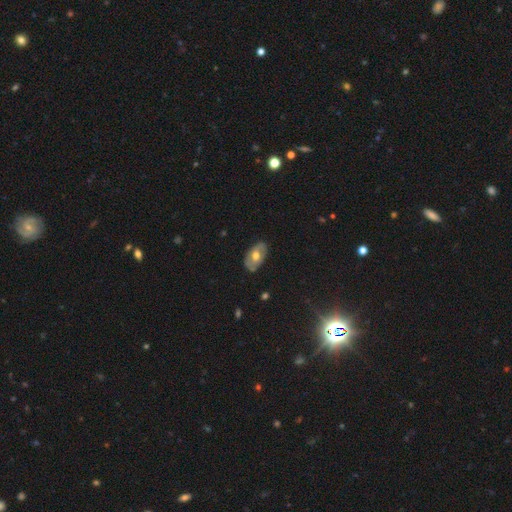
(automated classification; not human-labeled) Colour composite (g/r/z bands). It shows a smooth galaxy with no disk features (47%, tied with featured or disk). Merging: none (80%).